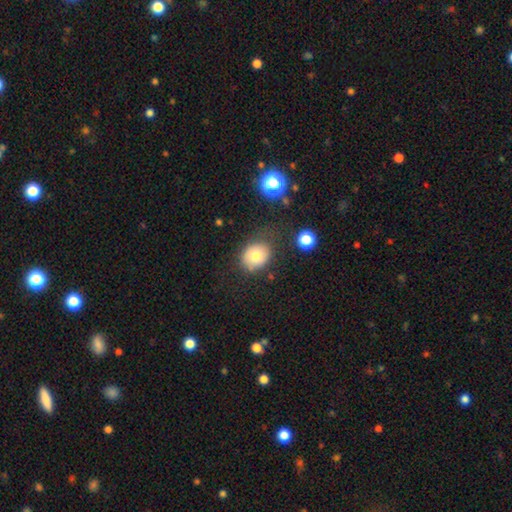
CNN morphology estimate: Smooth or featured? smooth (74%)
How rounded? round (53%)
Merging? none (71%)